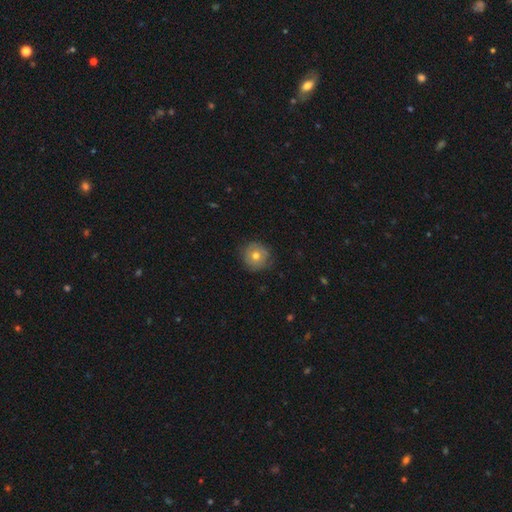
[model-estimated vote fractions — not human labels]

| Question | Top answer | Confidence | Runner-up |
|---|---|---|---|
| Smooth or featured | smooth | 69% | featured or disk (21%) |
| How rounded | round | 95% | in between (5%) |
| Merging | none | 83% | minor disturbance (13%) |